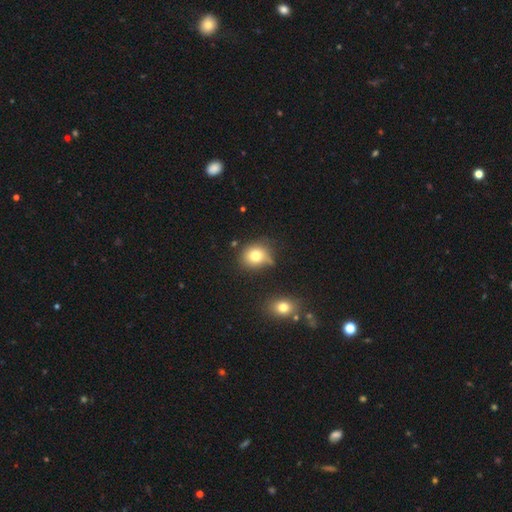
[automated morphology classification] This is likely a smooth galaxy (78%). How rounded: likely round (71%). Merging: likely none (61%).